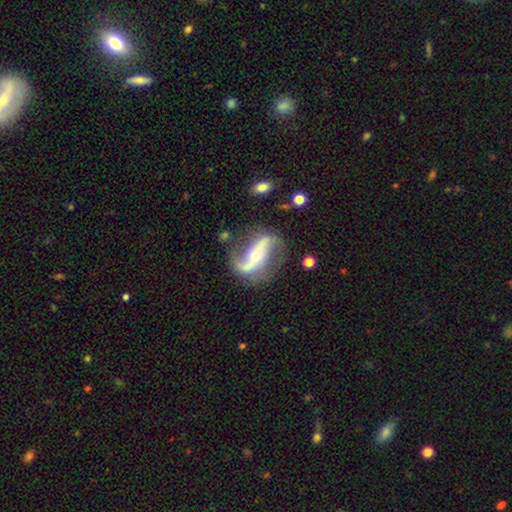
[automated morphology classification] smooth-or-featured: featured or disk: 89% | smooth: 6% | star or artifact: 5%
  disk-edge-on: no: 94% | yes: 6%
    bar: strong: 46% | no: 32% | weak: 22%
    has-spiral-arms: yes: 94% | no: 6%
      spiral-winding: loose: 75% | medium: 20% | tight: 6%
      spiral-arm-count: 2: 91% | 1: 4% | can't tell: 2% | 3: 1% | 4: 1% | more than 4: 1%
    bulge-size: small: 50% | moderate: 45% | large: 2% | dominant: 1% | none: 1%
  merging: none: 72% | minor disturbance: 16% | major disturbance: 9% | merger: 3%